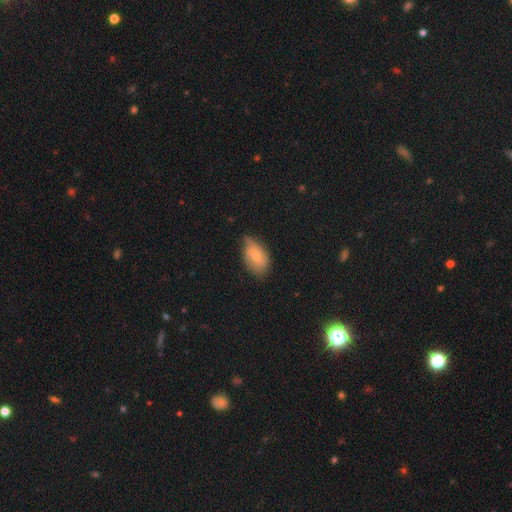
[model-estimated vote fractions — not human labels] smooth-or-featured: smooth: 60% | featured or disk: 33% | star or artifact: 8%
  how-rounded: in between: 88% | round: 10% | cigar-shaped: 2%
  merging: none: 46% | minor disturbance: 42% | major disturbance: 10% | merger: 2%